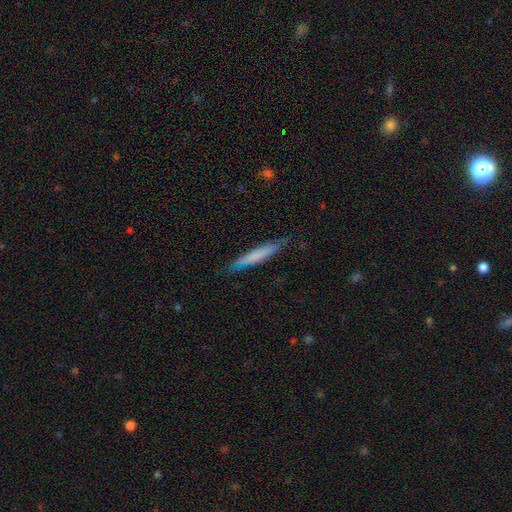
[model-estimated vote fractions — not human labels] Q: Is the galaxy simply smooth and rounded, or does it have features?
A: smooth — 62%.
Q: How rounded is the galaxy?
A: cigar-shaped — 94%.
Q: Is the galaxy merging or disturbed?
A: none — 83%.